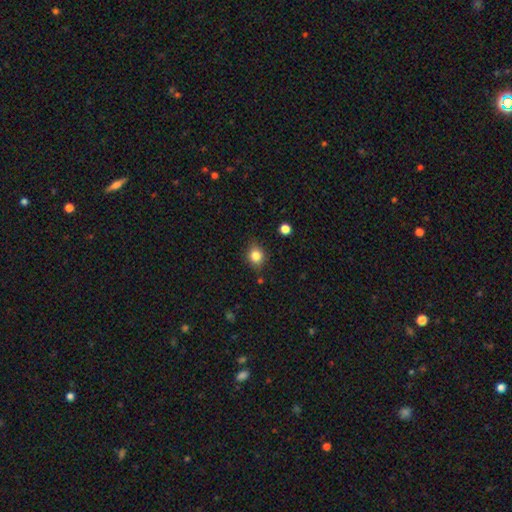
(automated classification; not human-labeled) A smooth galaxy with no disk features (82%) that is round (64%).

Vote fractions:
- Smooth or featured? smooth: 82% / star or artifact: 11% / featured or disk: 7%
- How rounded? round: 64% / in between: 35% / cigar-shaped: 1%
- Merging? none: 81% / minor disturbance: 14% / major disturbance: 3% / merger: 2%